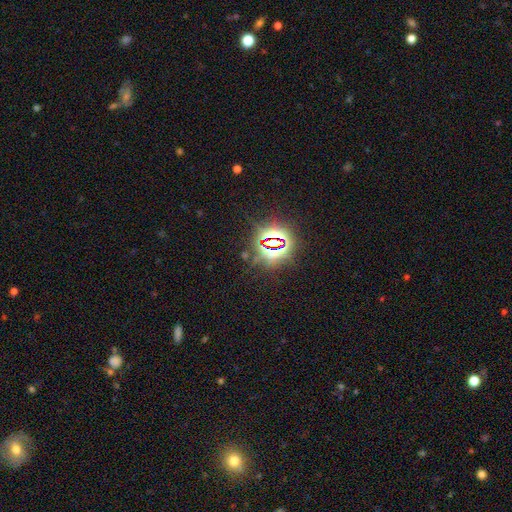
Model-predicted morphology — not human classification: Smooth or featured? Predicted: star or artifact (p=0.80).